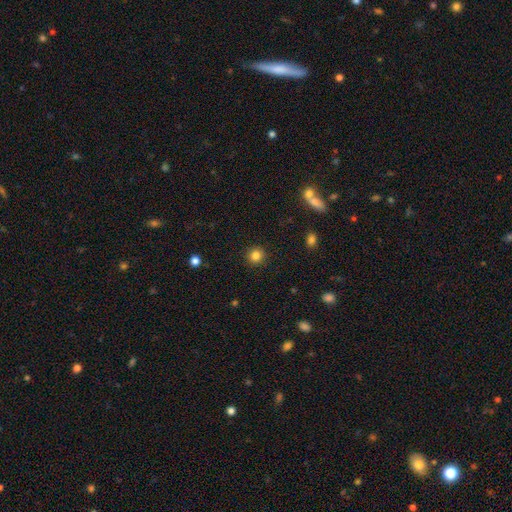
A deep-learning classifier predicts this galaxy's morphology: Smooth or featured: smooth — 84% (star or artifact — 12%)
How rounded: round — 92% (in between — 7%)
Merging: none — 92% (minor disturbance — 5%)